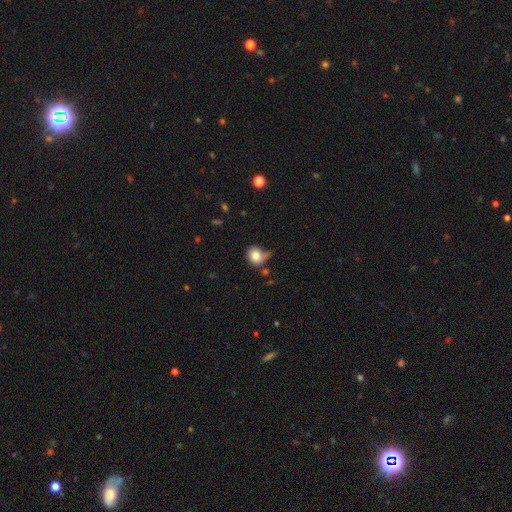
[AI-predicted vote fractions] Q: Smooth or featured?
A: smooth (80%); runner-up: featured or disk (10%)
Q: How rounded?
A: round (77%); runner-up: in between (22%)
Q: Merging?
A: none (49%); runner-up: minor disturbance (28%)